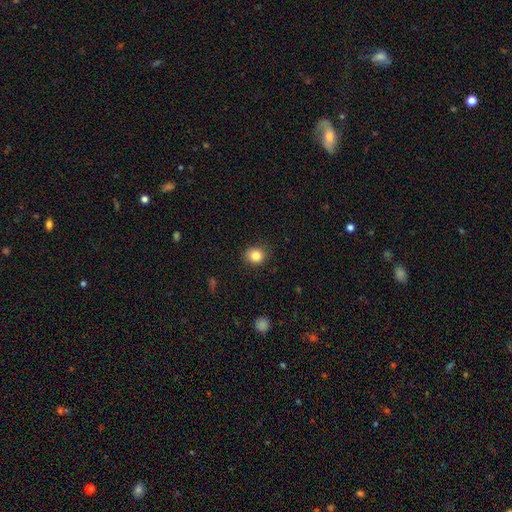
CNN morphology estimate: A smooth galaxy with no disk features (84%) that is round (77%). Merging: none (86%).